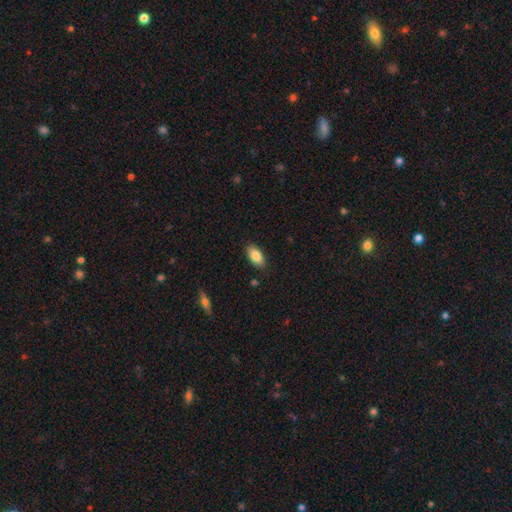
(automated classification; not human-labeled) Q: Smooth or featured?
A: smooth (85%); runner-up: featured or disk (8%)
Q: How rounded?
A: in between (92%); runner-up: cigar-shaped (5%)
Q: Merging?
A: none (87%); runner-up: minor disturbance (10%)